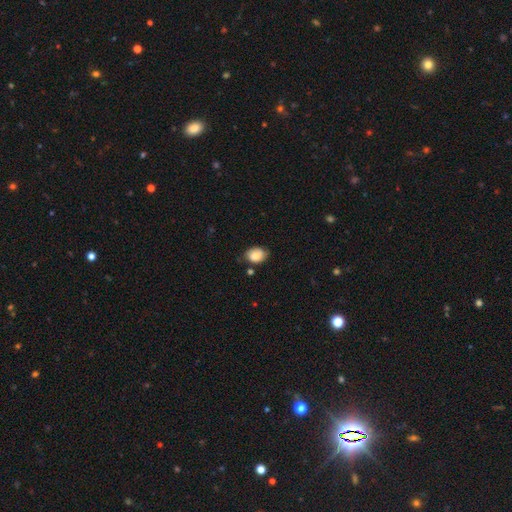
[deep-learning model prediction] Smooth or featured? Predicted: smooth (p=0.78). How rounded? Predicted: in between (p=0.71). Merging? Predicted: none (p=0.69).